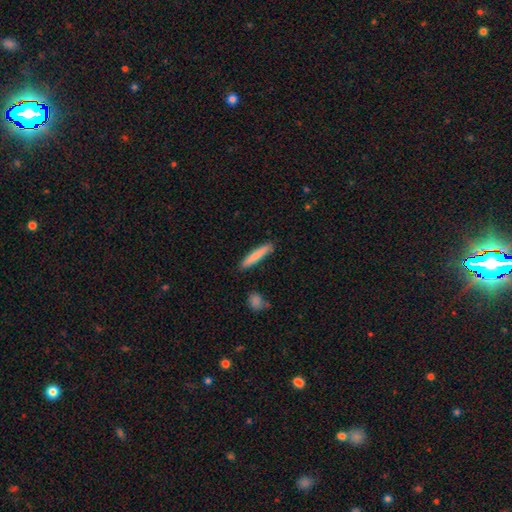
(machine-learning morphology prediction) smooth-or-featured: smooth: 80% | featured or disk: 14% | star or artifact: 6%
  how-rounded: cigar-shaped: 93% | in between: 6% | round: 1%
  merging: none: 87% | minor disturbance: 9% | merger: 2% | major disturbance: 2%